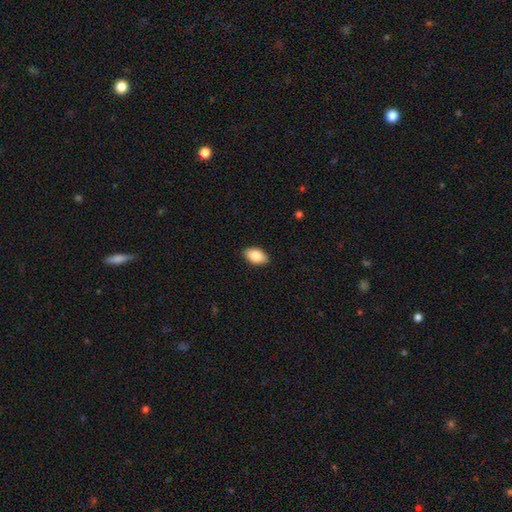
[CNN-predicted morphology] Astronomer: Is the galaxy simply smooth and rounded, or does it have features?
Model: smooth — 87%.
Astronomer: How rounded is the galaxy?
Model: in between — 94%.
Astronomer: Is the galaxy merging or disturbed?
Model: none — 89%.